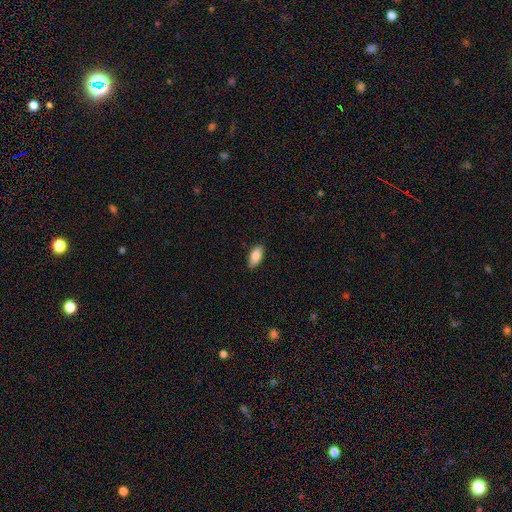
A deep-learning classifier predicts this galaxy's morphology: This appears to be a smooth galaxy with no disk features (87%) that is in between round and cigar-shaped (90%). Merging: none (88%).